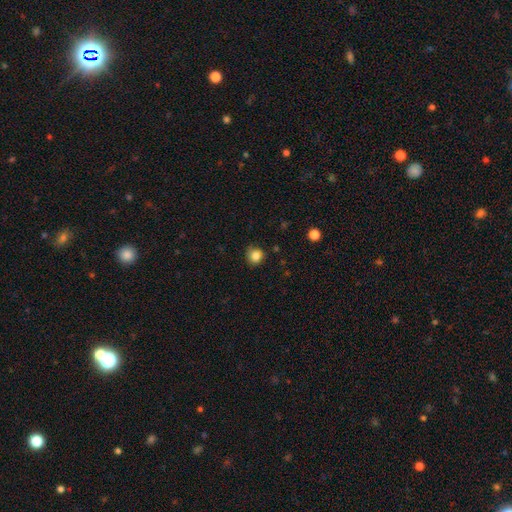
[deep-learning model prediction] This is clearly a smooth galaxy (84%). How rounded: clearly round (87%). Merging: clearly none (80%).